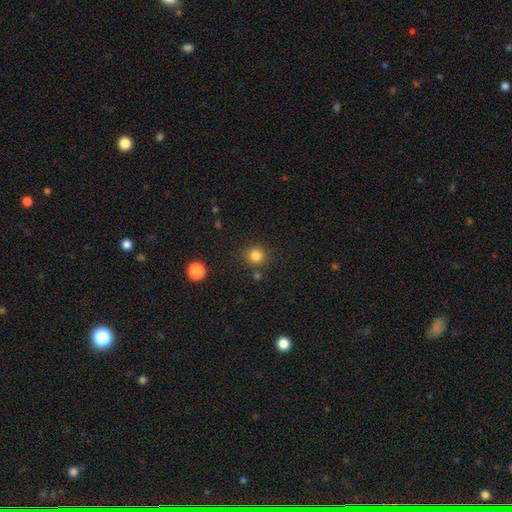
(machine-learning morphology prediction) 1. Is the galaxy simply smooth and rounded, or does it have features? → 83% smooth, 13% star or artifact, 4% featured or disk.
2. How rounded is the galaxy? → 93% round, 6% in between, 1% cigar-shaped.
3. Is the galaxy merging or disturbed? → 85% none, 7% minor disturbance, 5% merger, 3% major disturbance.